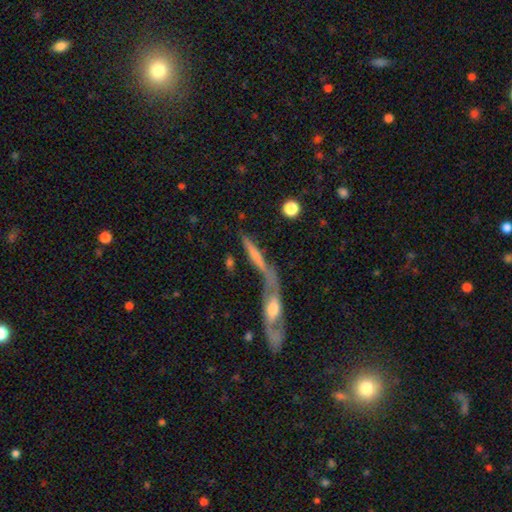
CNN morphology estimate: smooth 47%, featured or disk 45%, star or artifact 9%. Down the decision tree: merging — merger (47%).